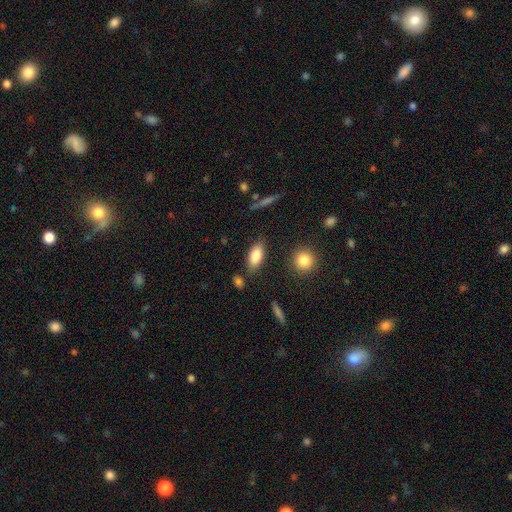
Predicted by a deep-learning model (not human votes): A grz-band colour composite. It shows a smooth galaxy with no disk features (84%) that is in between round and cigar-shaped (86%). Merging: none (81%).